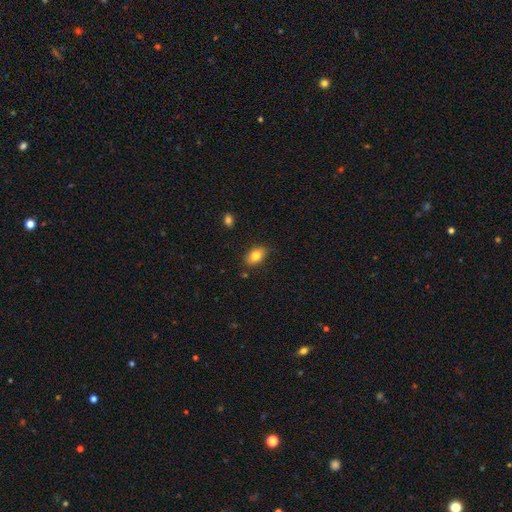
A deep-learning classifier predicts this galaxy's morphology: A smooth galaxy with no disk features (81%) that is in between round and cigar-shaped (87%).

Vote fractions:
- Smooth or featured? smooth: 81% / featured or disk: 11% / star or artifact: 8%
- How rounded? in between: 87% / round: 11% / cigar-shaped: 2%
- Merging? none: 84% / minor disturbance: 12% / major disturbance: 2% / merger: 2%